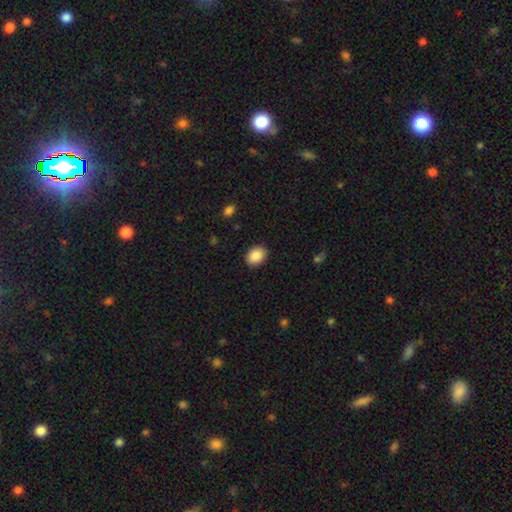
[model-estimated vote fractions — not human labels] Morphology: type=smooth (89%); roundness=in between (63%); merging=none (89%).